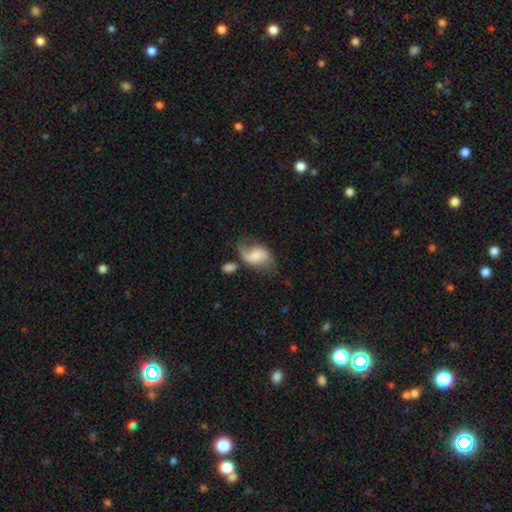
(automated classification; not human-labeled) Smooth or featured? Predicted: featured or disk (p=0.51). Edge-on disk? Predicted: no (p=0.96). Merging? Predicted: none (p=0.42).